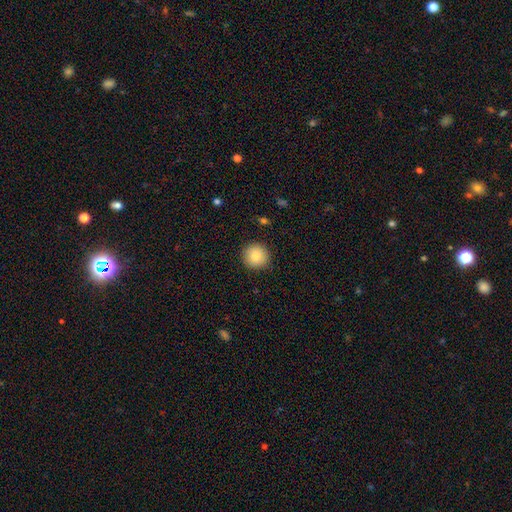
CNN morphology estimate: Smooth or featured? smooth (85%)
How rounded? round (95%)
Merging? none (91%)